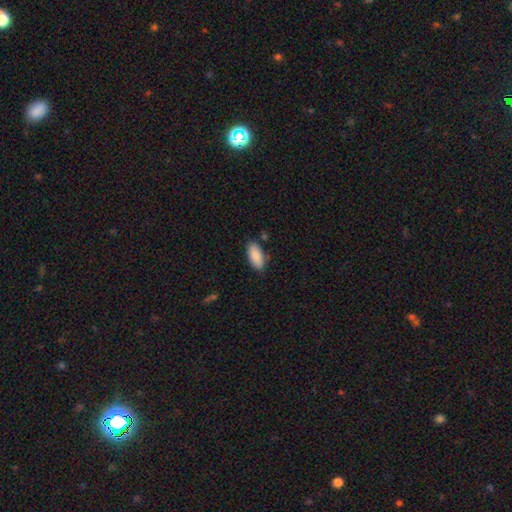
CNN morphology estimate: This appears to be a smooth galaxy with no disk features (89%) that is in between round and cigar-shaped (91%). Merging: none (82%).